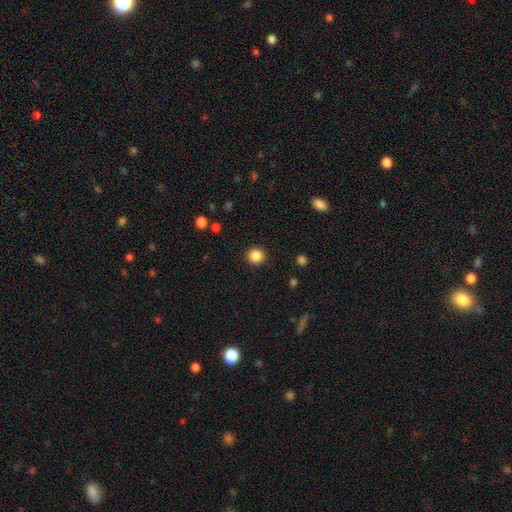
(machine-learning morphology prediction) smooth_or_featured: smooth (p=0.86) [alt: star or artifact p=0.11]
how_rounded: round (p=0.94) [alt: in between p=0.05]
merging: none (p=0.92) [alt: minor disturbance p=0.05]